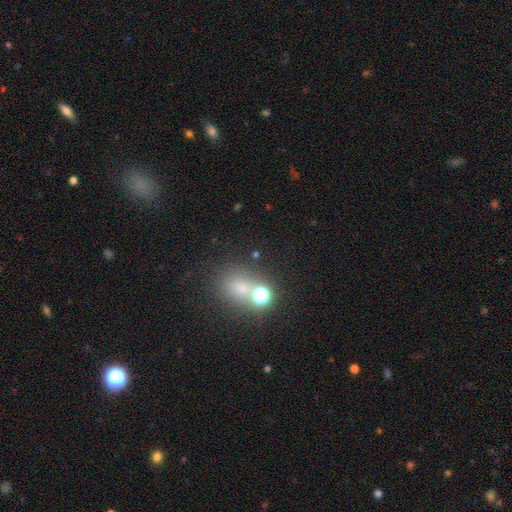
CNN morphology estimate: Smooth or featured? smooth (54%)
How rounded? round (65%)
Merging? none (63%)